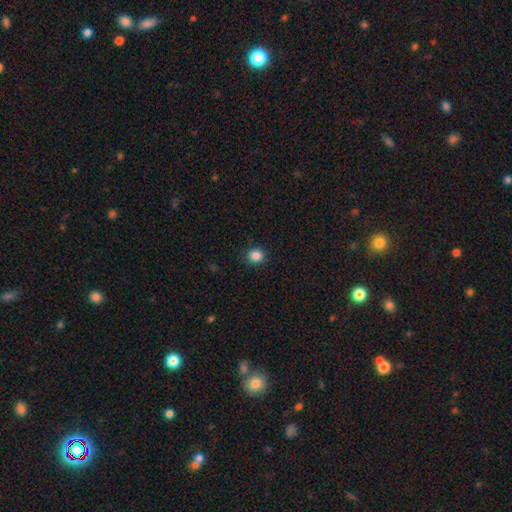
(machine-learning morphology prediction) Overall: smooth (86%). How rounded: round (87%). Merging: none (90%).